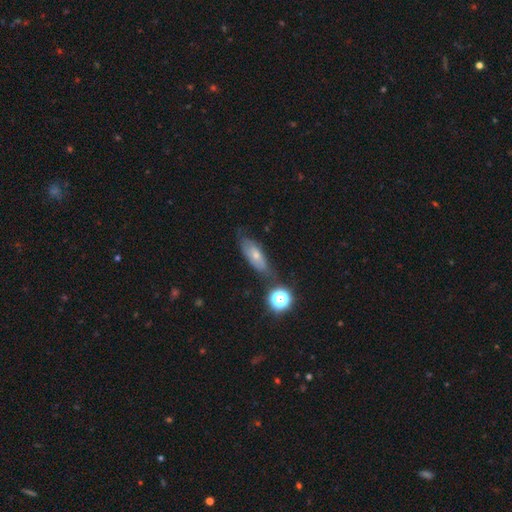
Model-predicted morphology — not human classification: smooth-or-featured: smooth: 53% | featured or disk: 35% | star or artifact: 13%
  how-rounded: in between: 67% | cigar-shaped: 27% | round: 6%
  merging: none: 60% | minor disturbance: 26% | major disturbance: 8% | merger: 6%